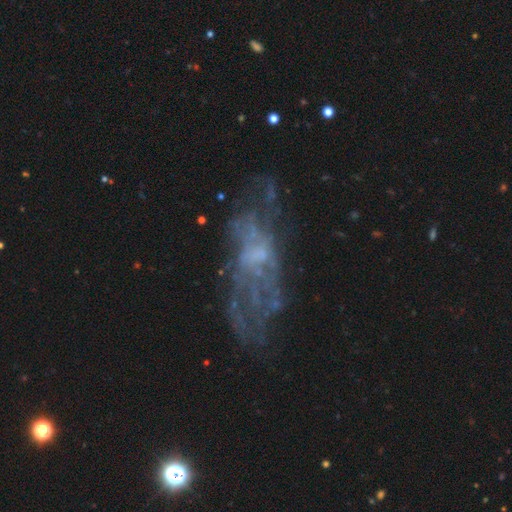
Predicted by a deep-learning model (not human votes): Smooth or featured? featured or disk (70%)
Edge-on disk? no (89%)
Bar? no (66%)
Spiral arms? yes (50%, tied with no)
Bulge size? small (46%)
Merging? none (56%)